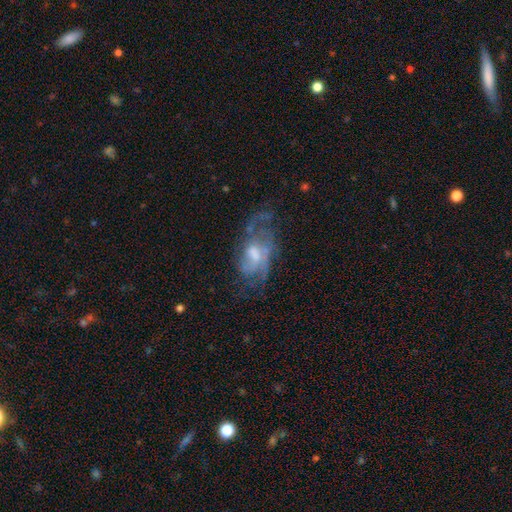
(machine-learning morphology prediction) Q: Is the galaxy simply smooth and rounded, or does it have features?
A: featured or disk — 73%.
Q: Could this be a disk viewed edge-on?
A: no — 94%.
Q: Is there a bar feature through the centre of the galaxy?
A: no — 55%.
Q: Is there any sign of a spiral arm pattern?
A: yes — 77%.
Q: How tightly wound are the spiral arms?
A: medium — 44%.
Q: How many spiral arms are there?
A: can't tell — 42%.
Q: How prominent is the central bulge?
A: moderate — 53%.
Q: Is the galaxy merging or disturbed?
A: none — 47%.